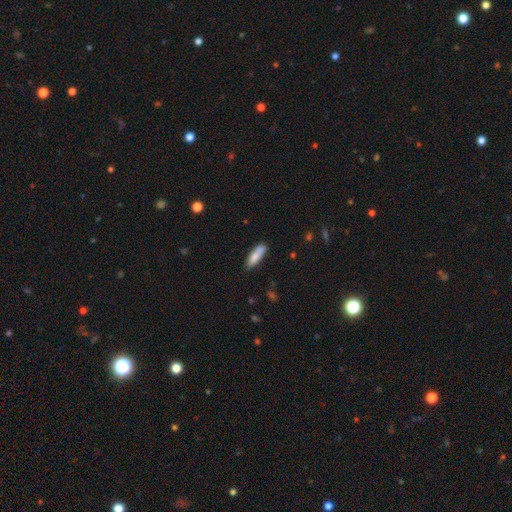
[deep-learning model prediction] smooth 80%, featured or disk 14%, star or artifact 6%. Down the decision tree: how rounded — cigar-shaped (54%); merging — none (75%).